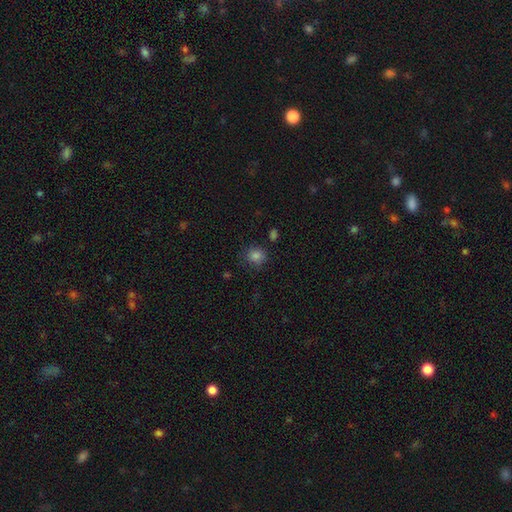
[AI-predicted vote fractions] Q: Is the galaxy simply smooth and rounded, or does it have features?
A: smooth — 83%.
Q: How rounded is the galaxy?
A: round — 84%.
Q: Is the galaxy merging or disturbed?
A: none — 80%.